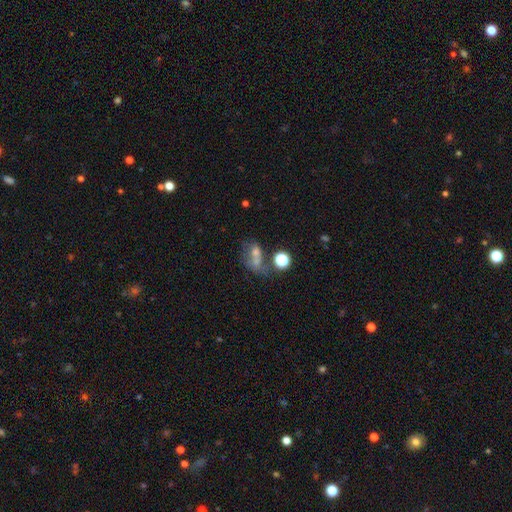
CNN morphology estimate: This appears to be a smooth galaxy with no disk features (52%) that is in between round and cigar-shaped (66%). Merging: merger (36%).